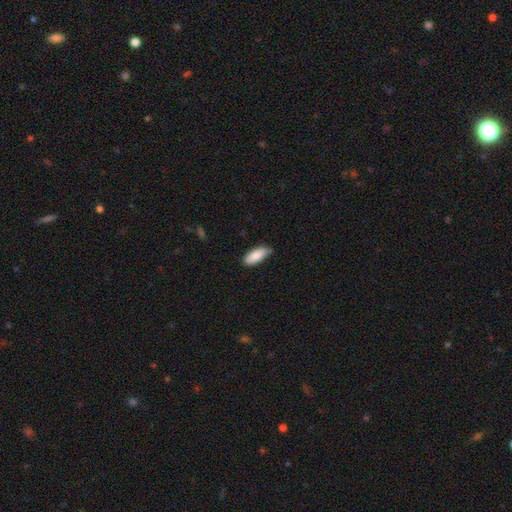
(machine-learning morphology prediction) Smooth or featured? smooth (83%)
How rounded? in between (80%)
Merging? none (79%)